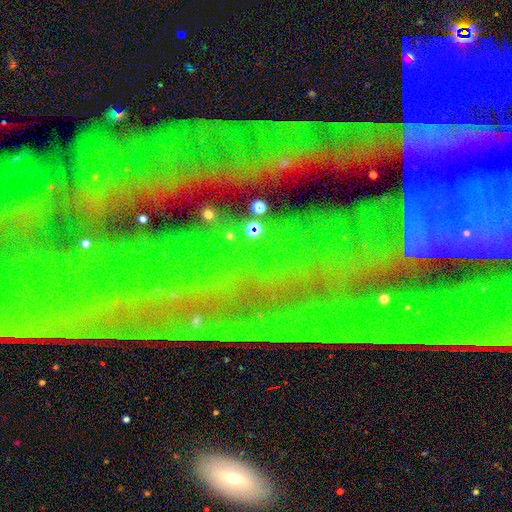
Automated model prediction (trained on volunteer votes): star or artifact 75%, featured or disk 15%, smooth 10%.